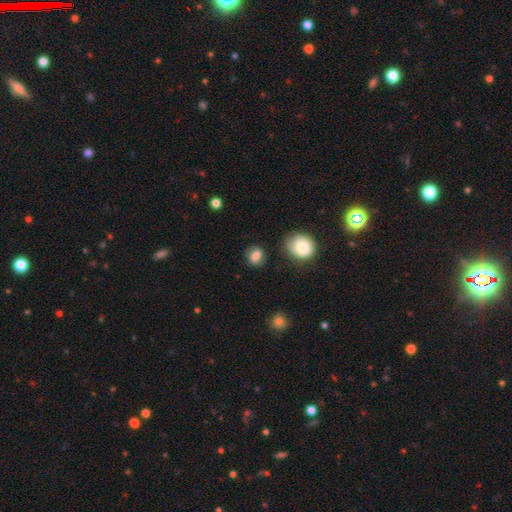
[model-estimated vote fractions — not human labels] This appears to be a smooth galaxy with no disk features (74%) that is round (59%). Merging: none (73%).